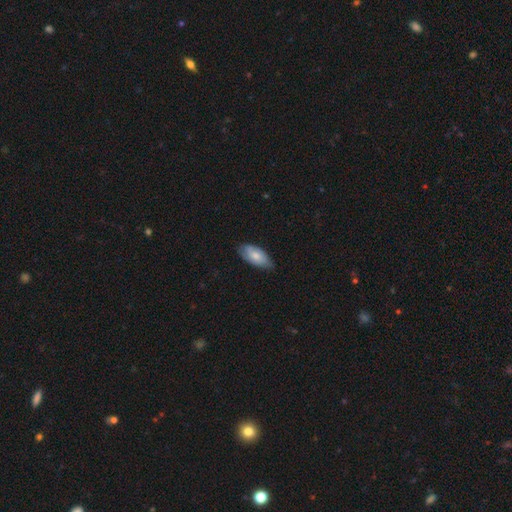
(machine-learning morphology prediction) Overall: smooth (69%). How rounded: in between (92%). Merging: none (67%; minor disturbance 28%).